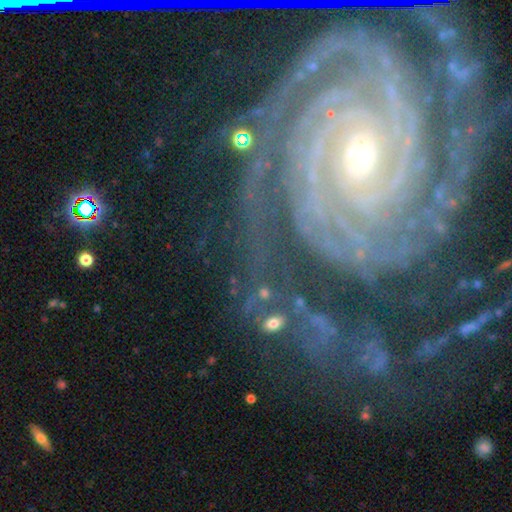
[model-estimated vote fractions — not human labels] The model was most divided on "spiral arm count": can't tell: 21%, 2: 20%, 3: 17%, 4: 17%, more than 4: 16%, 1: 10%. More confident: spiral arms — yes (97%); edge-on disk — no (97%); smooth or featured — featured or disk (87%); spiral winding — tight (82%); merging — none (70%); bulge size — small (69%); bar — no (58%).